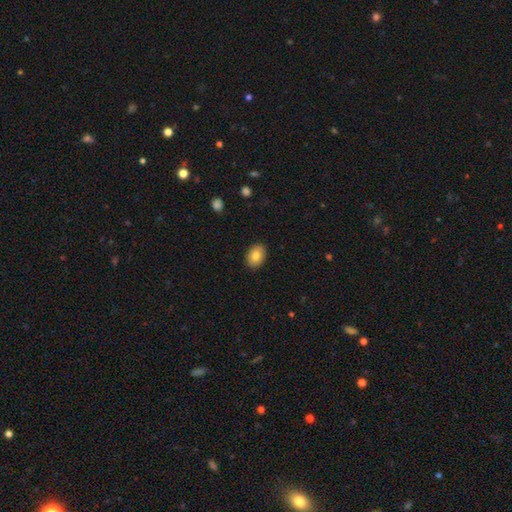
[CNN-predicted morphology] A smooth galaxy with no disk features (82%) that is in between round and cigar-shaped (77%).

Vote fractions:
- Smooth or featured? smooth: 82% / featured or disk: 11% / star or artifact: 8%
- How rounded? in between: 77% / round: 22% / cigar-shaped: 1%
- Merging? none: 90% / minor disturbance: 8% / major disturbance: 2% / merger: 1%